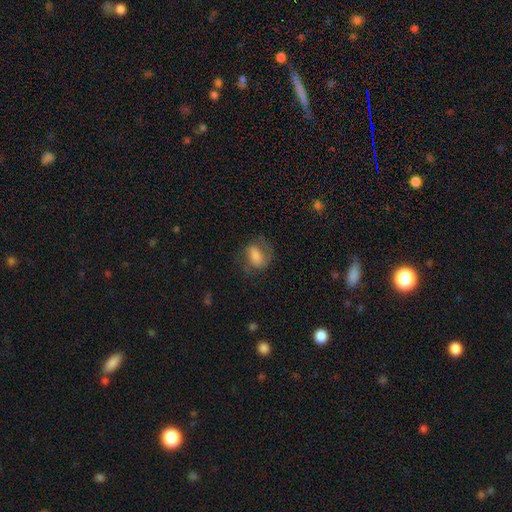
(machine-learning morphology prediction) Smooth or featured?
  - smooth: 55% *
  - featured or disk: 35%
  - star or artifact: 11%
How rounded?
  - in between: 76% *
  - round: 20%
  - cigar-shaped: 4%
Merging?
  - none: 59% *
  - minor disturbance: 22%
  - major disturbance: 18%
  - merger: 2%